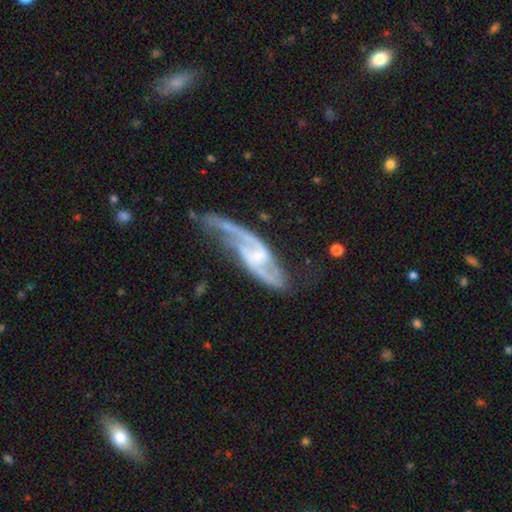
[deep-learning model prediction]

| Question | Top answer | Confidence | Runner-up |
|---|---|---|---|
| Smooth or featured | featured or disk | 88% | smooth (7%) |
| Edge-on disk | no | 90% | yes (10%) |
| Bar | weak | 47% | no (32%) |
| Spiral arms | yes | 95% | no (5%) |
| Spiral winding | loose | 52% | medium (37%) |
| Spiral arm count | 2 | 88% | can't tell (4%) |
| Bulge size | small | 47% | none (26%) |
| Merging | none | 52% | minor disturbance (23%) |